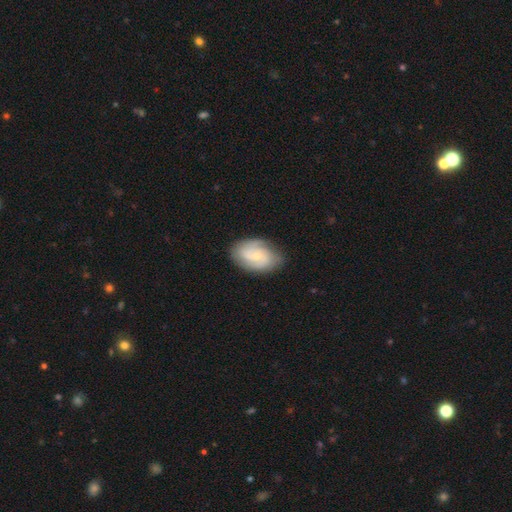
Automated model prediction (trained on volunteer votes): Q: Smooth or featured?
A: featured or disk (71%); runner-up: smooth (23%)
Q: Edge-on disk?
A: no (97%); runner-up: yes (3%)
Q: Bar?
A: no (60%); runner-up: weak (35%)
Q: Spiral arms?
A: yes (92%); runner-up: no (8%)
Q: Spiral winding?
A: tight (44%); runner-up: medium (42%)
Q: Spiral arm count?
A: 2 (54%); runner-up: can't tell (20%)
Q: Bulge size?
A: small (67%); runner-up: moderate (29%)
Q: Merging?
A: none (78%); runner-up: minor disturbance (16%)